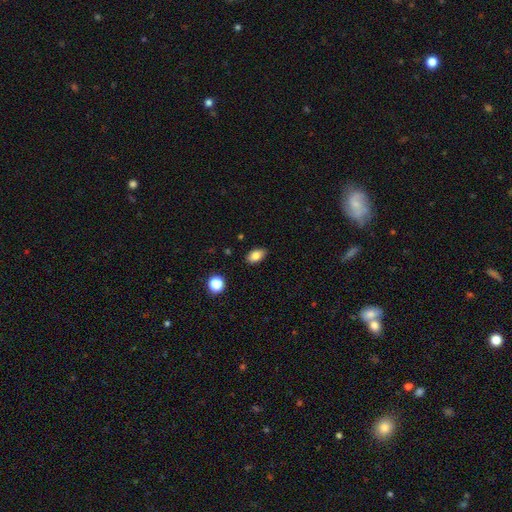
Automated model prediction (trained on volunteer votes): Overall: smooth (83%). How rounded: in between (89%). Merging: none (86%).